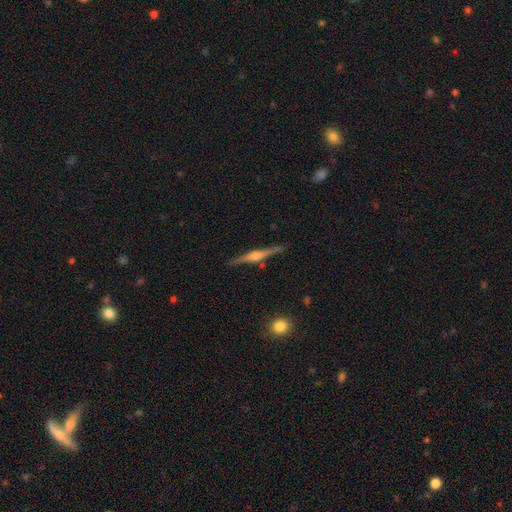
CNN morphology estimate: Q: Smooth or featured?
A: featured or disk (78%); runner-up: smooth (17%)
Q: Edge-on disk?
A: yes (98%); runner-up: no (2%)
Q: Edge-on bulge?
A: rounded (78%); runner-up: boxy (15%)
Q: Merging?
A: none (88%); runner-up: minor disturbance (8%)